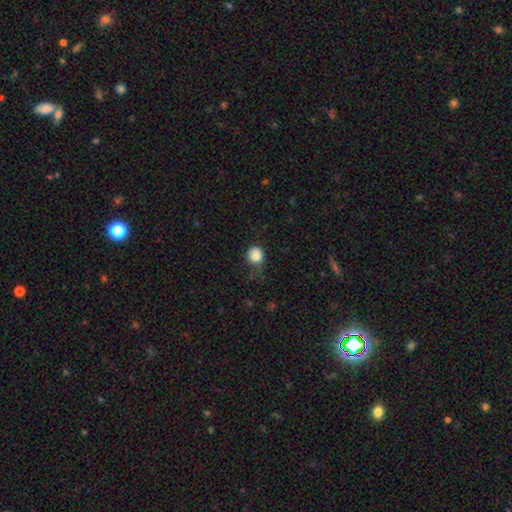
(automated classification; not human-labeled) Q: Smooth or featured?
A: smooth (84%); runner-up: star or artifact (10%)
Q: How rounded?
A: round (84%); runner-up: in between (15%)
Q: Merging?
A: none (58%); runner-up: minor disturbance (29%)